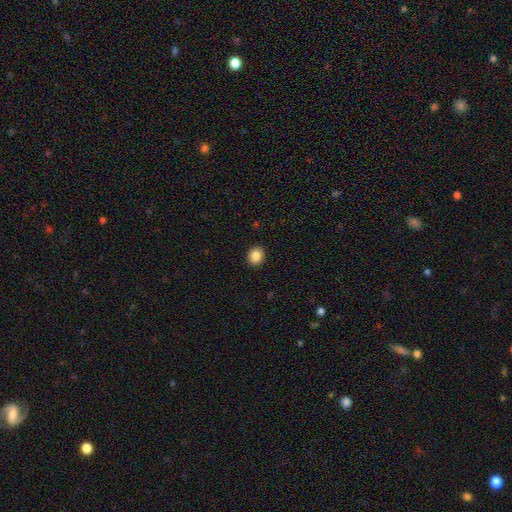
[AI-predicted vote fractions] This appears to be a smooth galaxy with no disk features (86%) that is round (69%). Merging: none (92%).